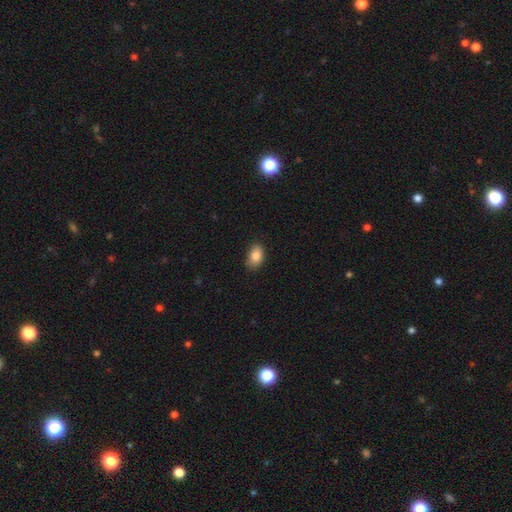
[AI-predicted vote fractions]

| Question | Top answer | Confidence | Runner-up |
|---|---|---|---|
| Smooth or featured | smooth | 85% | star or artifact (8%) |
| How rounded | in between | 85% | round (14%) |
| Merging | none | 81% | minor disturbance (16%) |